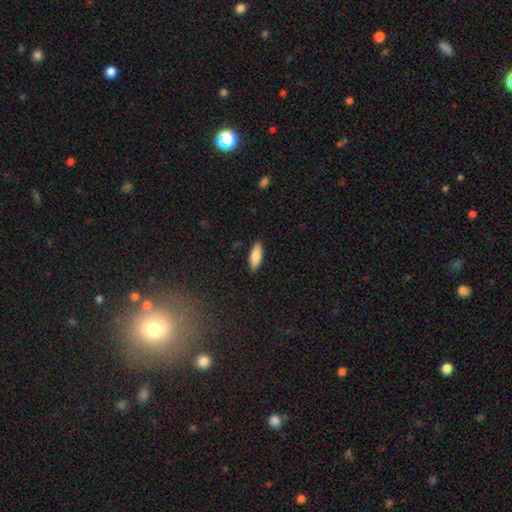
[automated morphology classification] smooth 81%, featured or disk 13%, star or artifact 6%. Down the decision tree: how rounded — in between (67%); merging — none (88%).